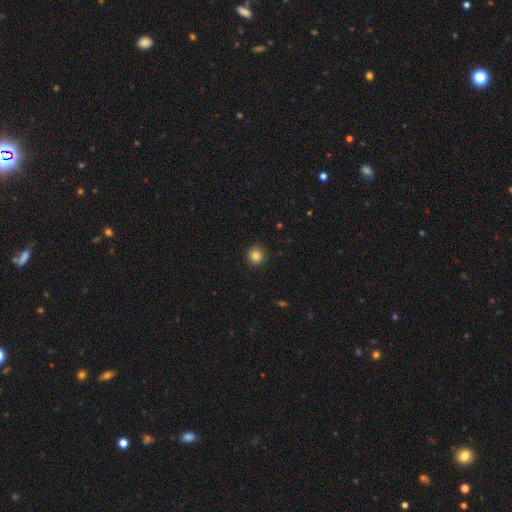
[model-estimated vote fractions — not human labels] A smooth galaxy with no disk features (84%) that is round (95%). Merging: none (91%).